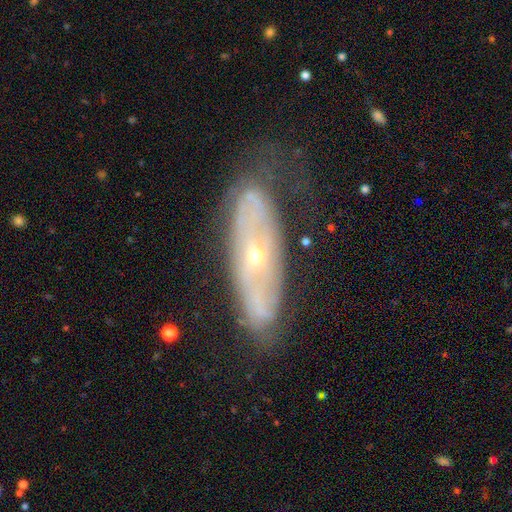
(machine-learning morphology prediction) Overall: featured or disk (71%). Edge-on disk: no (73%). Bar: no (81%). Spiral arms: no (57%; yes 43%). Bulge size: small (63%; moderate 34%). Merging: none (62%; minor disturbance 24%).